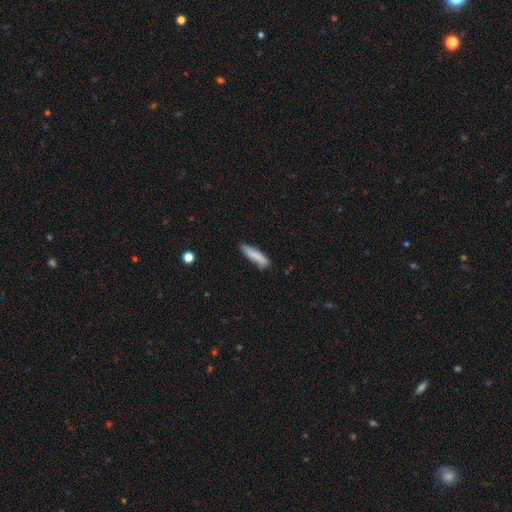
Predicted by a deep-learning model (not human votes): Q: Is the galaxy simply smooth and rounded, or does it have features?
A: smooth — 82%.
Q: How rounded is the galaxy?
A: cigar-shaped — 82%.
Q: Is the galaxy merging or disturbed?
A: none — 75%.